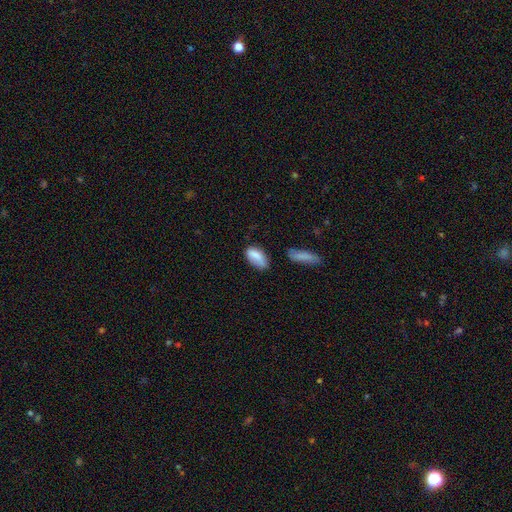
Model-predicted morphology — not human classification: type=smooth (80%); roundness=in between (88%); merging=none (48%).